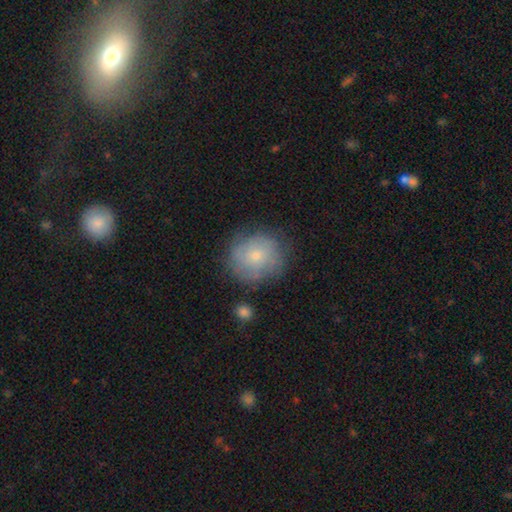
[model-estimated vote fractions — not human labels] Morphology: type=smooth (60%); roundness=round (87%); merging=none (73%).